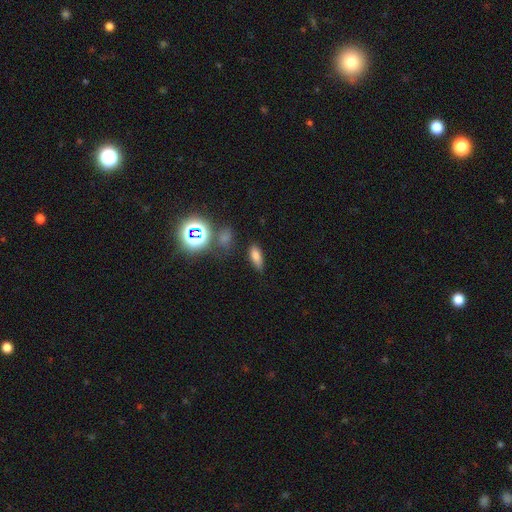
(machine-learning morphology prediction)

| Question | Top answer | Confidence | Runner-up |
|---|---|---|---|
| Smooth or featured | smooth | 72% | star or artifact (18%) |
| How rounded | in between | 72% | cigar-shaped (21%) |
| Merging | none | 74% | minor disturbance (16%) |